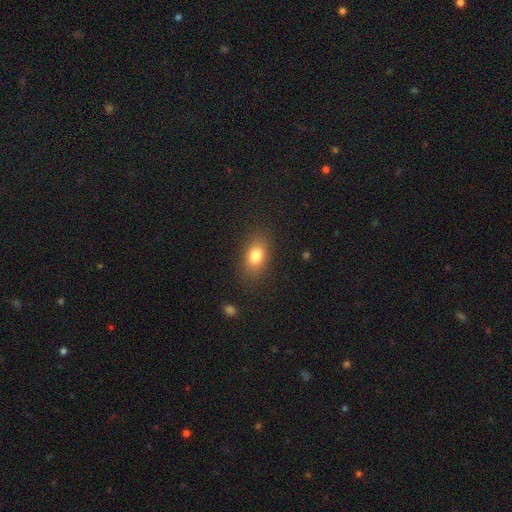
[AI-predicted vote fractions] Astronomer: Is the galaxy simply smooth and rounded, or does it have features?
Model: smooth — 81%.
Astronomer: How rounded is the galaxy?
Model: in between — 83%.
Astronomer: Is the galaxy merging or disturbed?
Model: none — 84%.